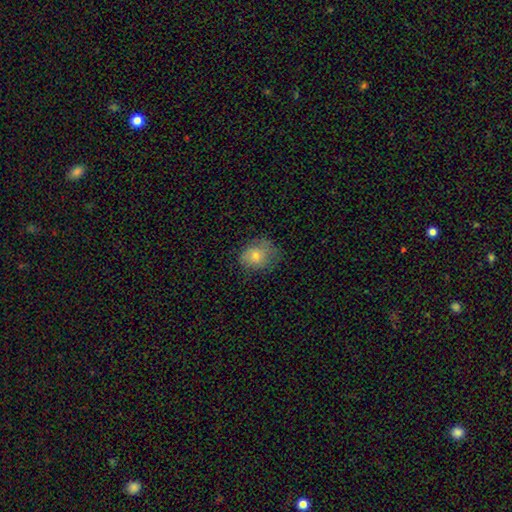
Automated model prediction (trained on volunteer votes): Morphology: type=smooth (73%); roundness=in between (51%); merging=none (61%).